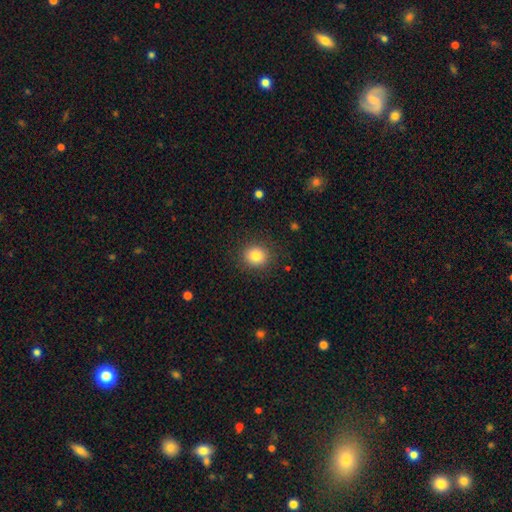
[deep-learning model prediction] Smooth or featured: smooth — 83% (star or artifact — 10%)
How rounded: round — 83% (in between — 16%)
Merging: none — 88% (minor disturbance — 8%)